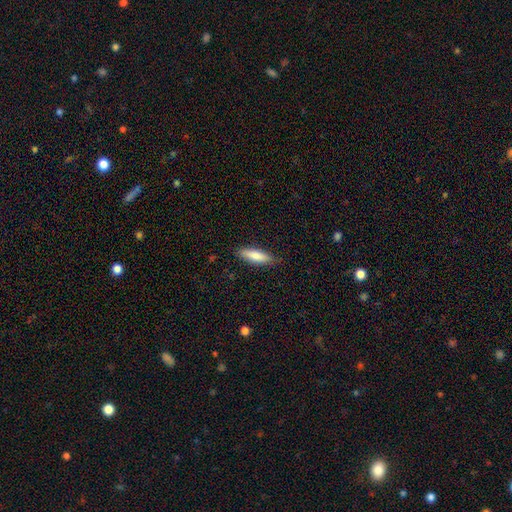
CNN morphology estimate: A smooth galaxy with no disk features (79%) that is cigar-shaped (60%).

Vote fractions:
- Smooth or featured? smooth: 79% / featured or disk: 16% / star or artifact: 6%
- How rounded? cigar-shaped: 60% / in between: 38% / round: 2%
- Merging? none: 86% / minor disturbance: 11% / major disturbance: 2% / merger: 1%